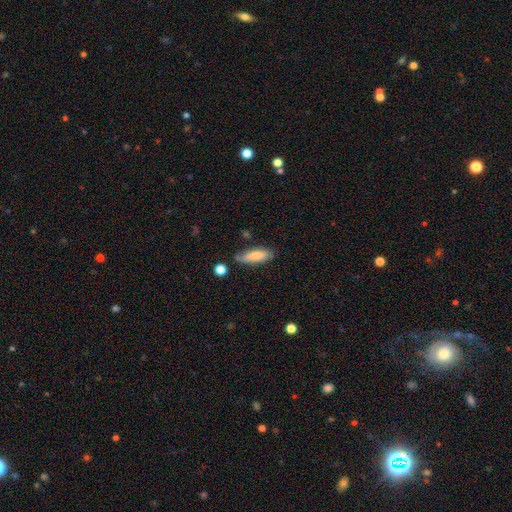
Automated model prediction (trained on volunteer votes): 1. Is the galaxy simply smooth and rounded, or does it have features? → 78% smooth, 16% featured or disk, 7% star or artifact.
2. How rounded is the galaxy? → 63% in between, 35% cigar-shaped, 2% round.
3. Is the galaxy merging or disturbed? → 69% none, 22% minor disturbance, 4% major disturbance, 4% merger.